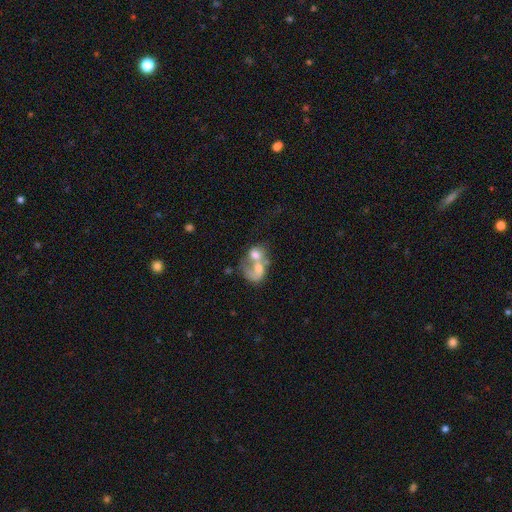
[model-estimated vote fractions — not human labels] Morphology: type=featured or disk (48%); merging=merger (73%).